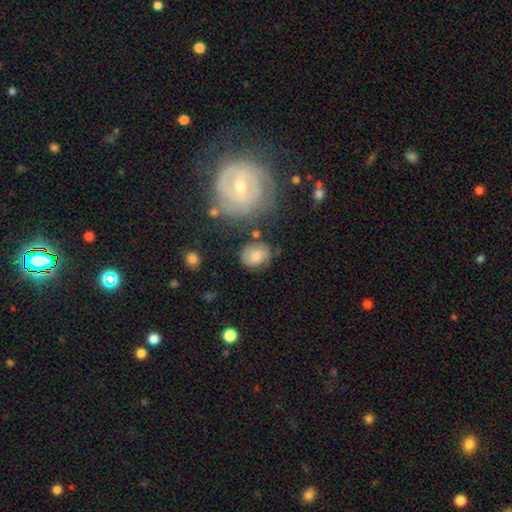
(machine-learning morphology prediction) smooth 61%, featured or disk 30%, star or artifact 9%. Down the decision tree: how rounded — round (56%); merging — none (66%).